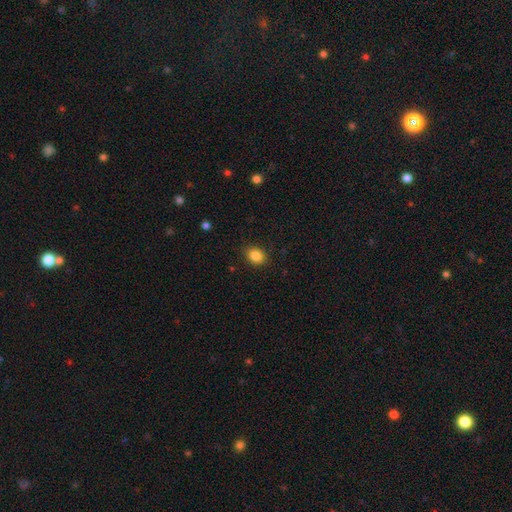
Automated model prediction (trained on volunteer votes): Q: Smooth or featured?
A: smooth (86%); runner-up: star or artifact (10%)
Q: How rounded?
A: in between (50%); runner-up: round (49%)
Q: Merging?
A: none (88%); runner-up: minor disturbance (9%)